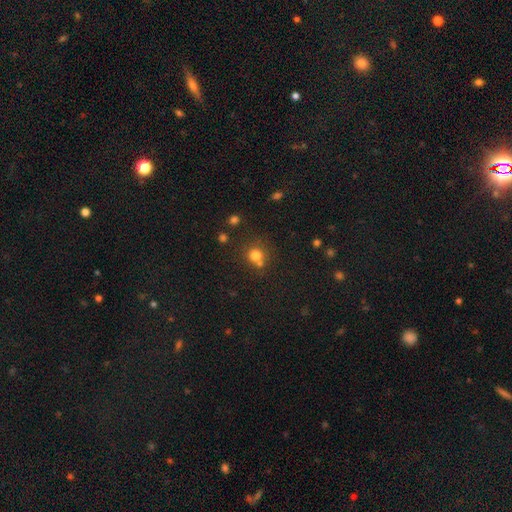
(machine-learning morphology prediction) A smooth galaxy with no disk features (76%) that is round (89%). Merging: none (59%).